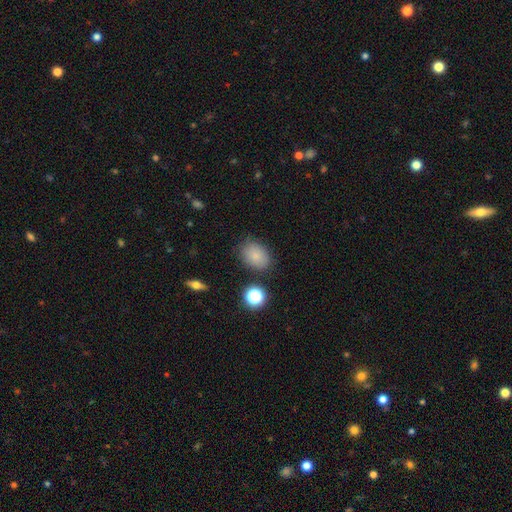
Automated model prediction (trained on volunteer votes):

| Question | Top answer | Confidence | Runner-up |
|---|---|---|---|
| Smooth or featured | smooth | 81% | star or artifact (11%) |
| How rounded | in between | 72% | round (27%) |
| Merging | none | 81% | minor disturbance (13%) |